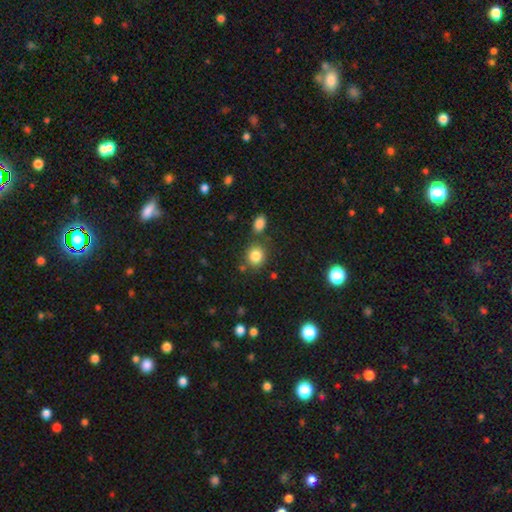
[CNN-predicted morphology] smooth-or-featured: smooth: 84% | star or artifact: 10% | featured or disk: 6%
  how-rounded: round: 76% | in between: 23% | cigar-shaped: 1%
  merging: none: 75% | minor disturbance: 11% | merger: 11% | major disturbance: 4%